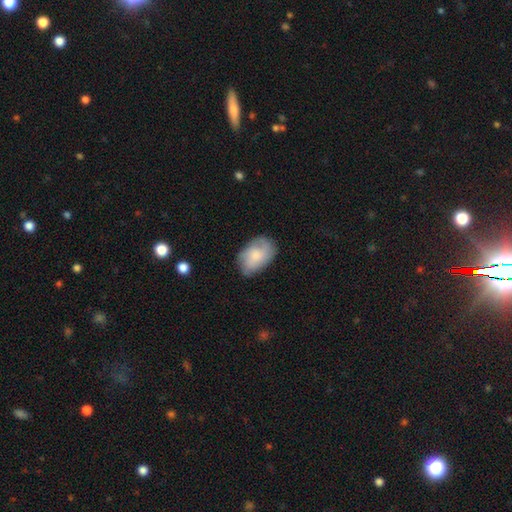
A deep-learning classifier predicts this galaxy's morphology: type=smooth (67%); roundness=in between (89%); merging=none (69%).